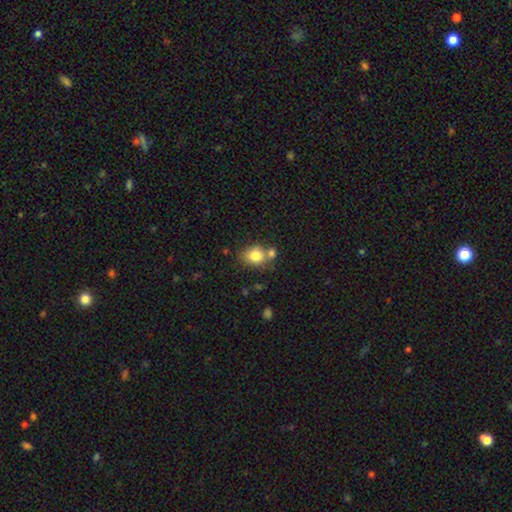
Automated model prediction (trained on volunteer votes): Smooth or featured?
  - smooth: 80% *
  - featured or disk: 11%
  - star or artifact: 10%
How rounded?
  - round: 55% *
  - in between: 45%
  - cigar-shaped: 1%
Merging?
  - none: 56% *
  - merger: 26%
  - minor disturbance: 14%
  - major disturbance: 4%